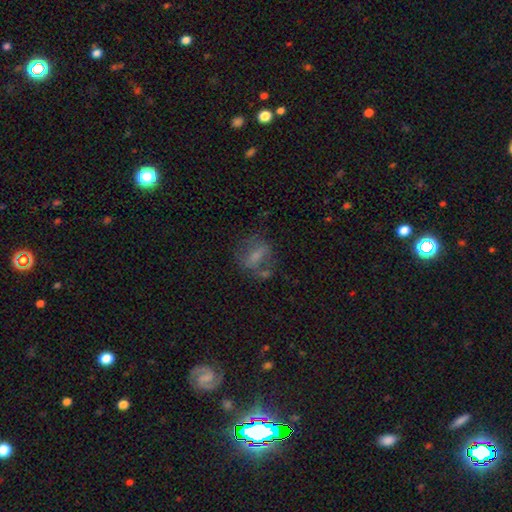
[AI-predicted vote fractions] smooth 49%, featured or disk 38%, star or artifact 13%. Down the decision tree: merging — none (53%).